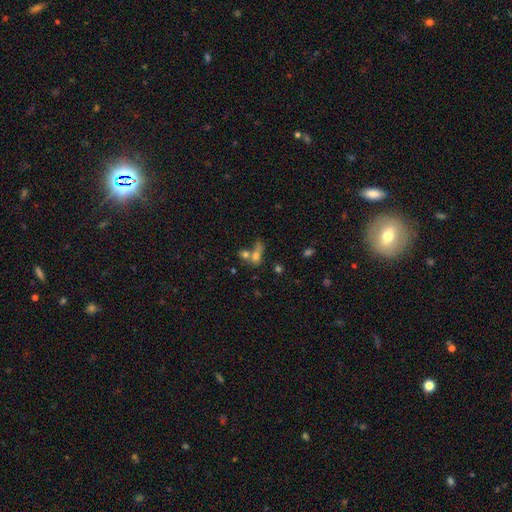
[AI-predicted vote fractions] Smooth or featured?
  - smooth: 66% *
  - featured or disk: 20%
  - star or artifact: 13%
How rounded?
  - in between: 56% *
  - round: 34%
  - cigar-shaped: 9%
Merging?
  - merger: 57% *
  - none: 25%
  - major disturbance: 10%
  - minor disturbance: 9%